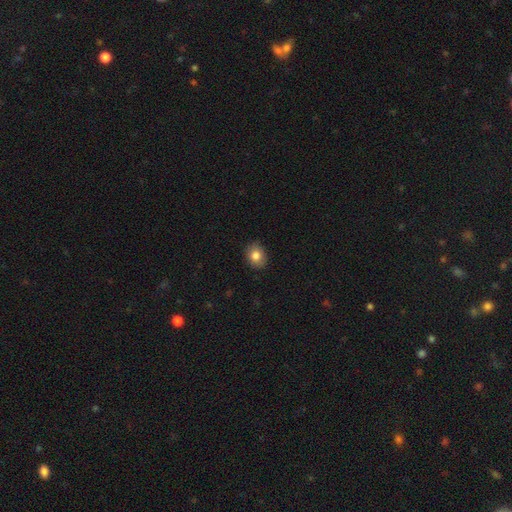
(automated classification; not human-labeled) A smooth galaxy with no disk features (83%) that is in between round and cigar-shaped (52%). Merging: none (85%).